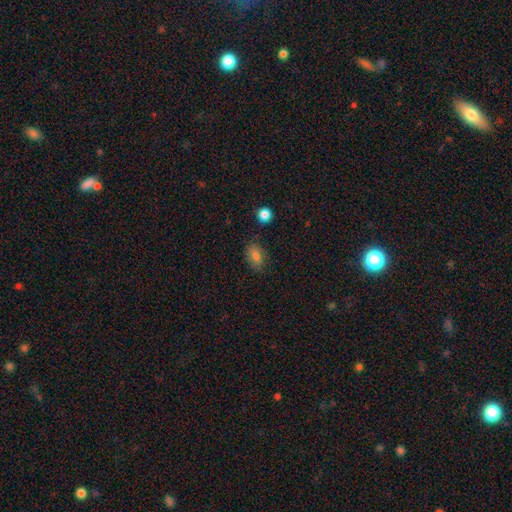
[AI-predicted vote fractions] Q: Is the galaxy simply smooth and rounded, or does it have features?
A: smooth — 81%.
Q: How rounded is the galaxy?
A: in between — 84%.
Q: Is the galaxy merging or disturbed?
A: none — 81%.